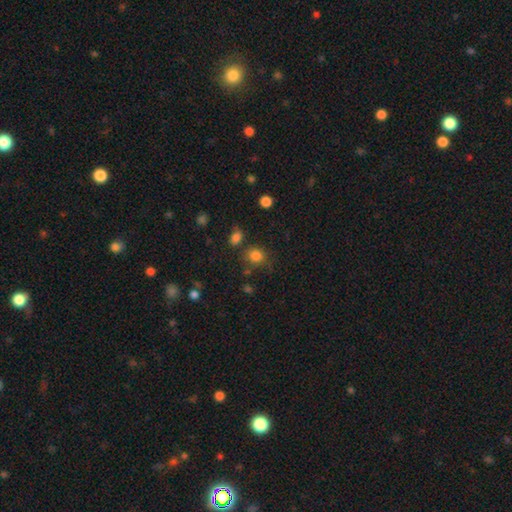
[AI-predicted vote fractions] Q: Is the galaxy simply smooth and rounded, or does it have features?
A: smooth — 81%.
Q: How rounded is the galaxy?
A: round — 77%.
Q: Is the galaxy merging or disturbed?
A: none — 73%.